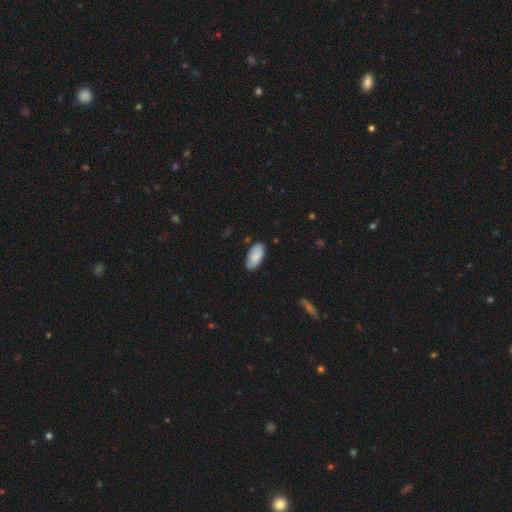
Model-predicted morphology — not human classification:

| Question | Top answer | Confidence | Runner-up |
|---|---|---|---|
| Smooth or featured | smooth | 84% | featured or disk (10%) |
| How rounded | in between | 93% | cigar-shaped (5%) |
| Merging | none | 83% | minor disturbance (13%) |